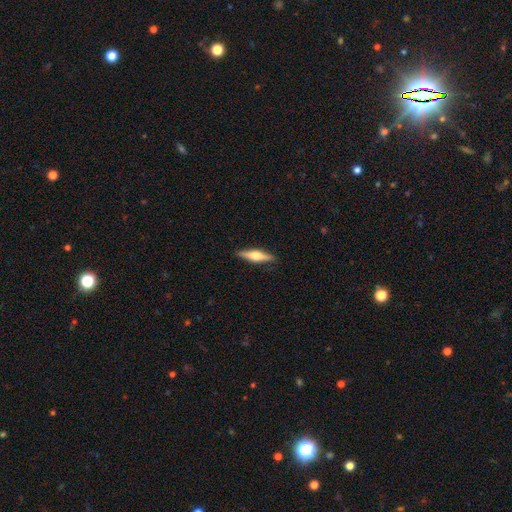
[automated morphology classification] smooth_or_featured: featured or disk (p=0.55) [alt: smooth p=0.39]
disk_edge_on: yes (p=0.96) [alt: no p=0.04]
edge_on_bulge: rounded (p=0.92) [alt: boxy p=0.05]
merging: none (p=0.89) [alt: minor disturbance p=0.08]